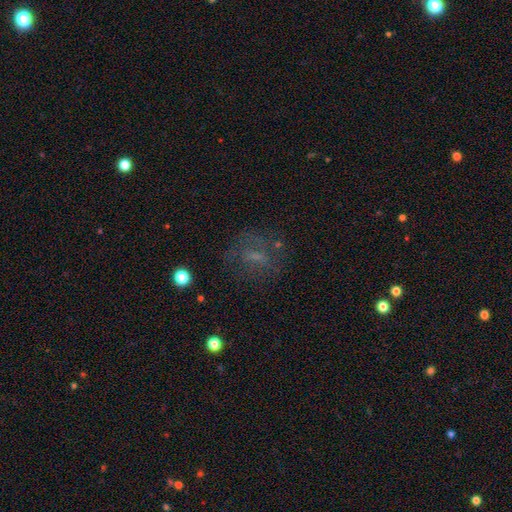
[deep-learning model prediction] Overall: featured or disk (40%; smooth 38%). Merging: none (63%).